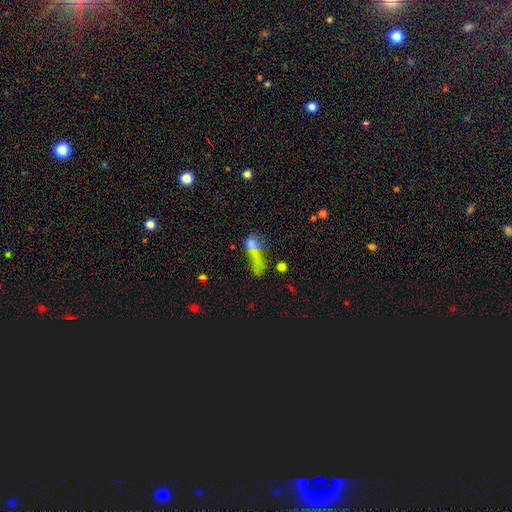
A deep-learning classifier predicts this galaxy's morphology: Smooth or featured? smooth (56%)
How rounded? in between (47%)
Merging? major disturbance (34%)